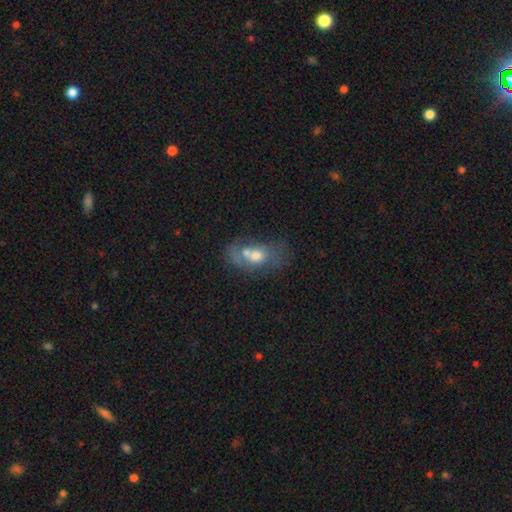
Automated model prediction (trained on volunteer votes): smooth 58%, featured or disk 32%, star or artifact 10%. Down the decision tree: how rounded — in between (74%); merging — merger (48%).